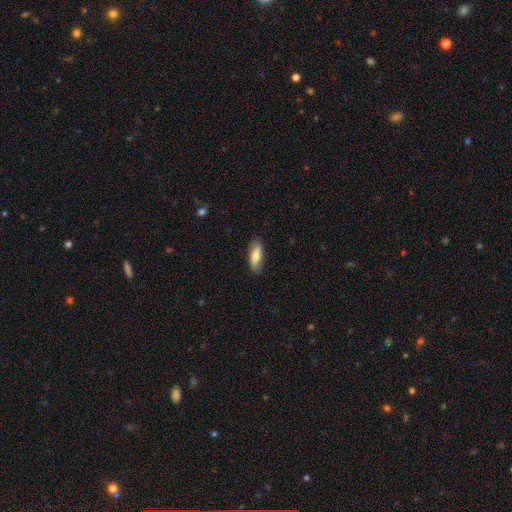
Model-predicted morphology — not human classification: A smooth galaxy with no disk features (74%) that is in between round and cigar-shaped (58%). Merging: none (82%).